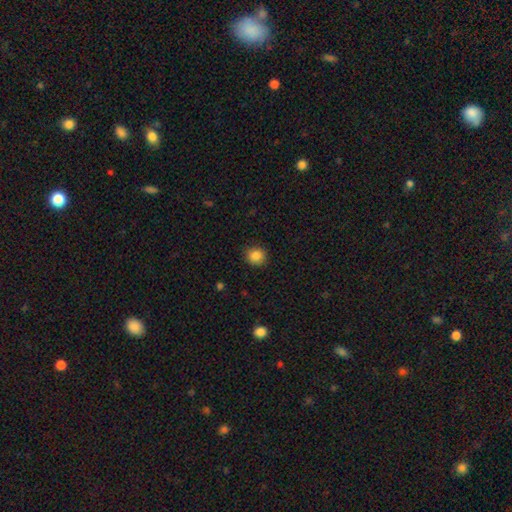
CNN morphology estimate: smooth-or-featured: smooth: 86% | star or artifact: 10% | featured or disk: 4%
  how-rounded: round: 85% | in between: 14% | cigar-shaped: 1%
  merging: none: 90% | minor disturbance: 7% | major disturbance: 2% | merger: 1%